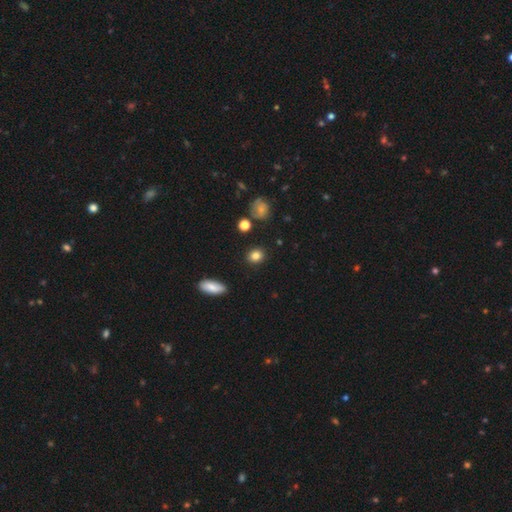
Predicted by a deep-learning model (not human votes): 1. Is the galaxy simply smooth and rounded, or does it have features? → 84% smooth, 11% star or artifact, 6% featured or disk.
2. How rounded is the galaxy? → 73% round, 26% in between, 1% cigar-shaped.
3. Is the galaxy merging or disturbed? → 88% none, 7% minor disturbance, 2% major disturbance, 2% merger.